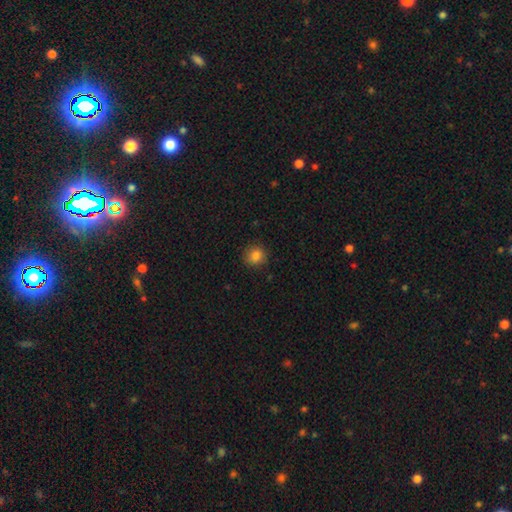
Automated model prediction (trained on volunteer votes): Morphology: type=smooth (84%); roundness=round (91%); merging=none (88%).